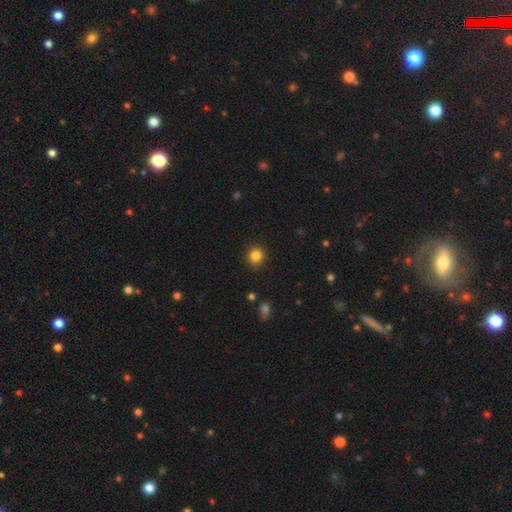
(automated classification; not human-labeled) Overall: smooth (84%). How rounded: round (91%). Merging: none (89%).